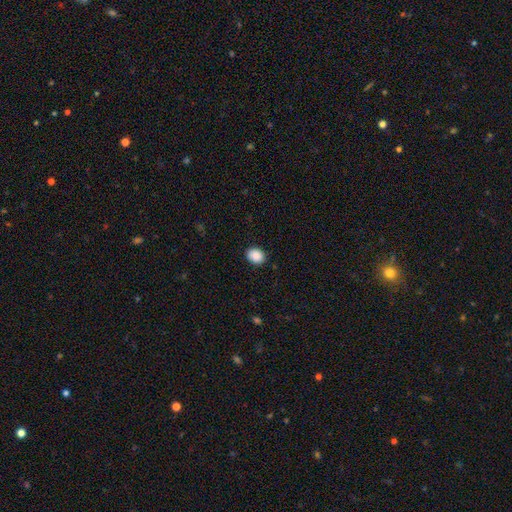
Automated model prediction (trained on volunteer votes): Smooth or featured? Predicted: smooth (p=0.89). How rounded? Predicted: in between (p=0.55). Merging? Predicted: none (p=0.90).